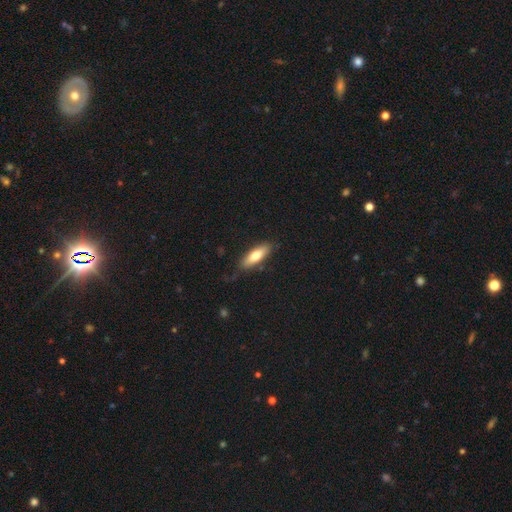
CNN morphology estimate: Smooth or featured? smooth (71%)
How rounded? in between (54%)
Merging? none (78%)